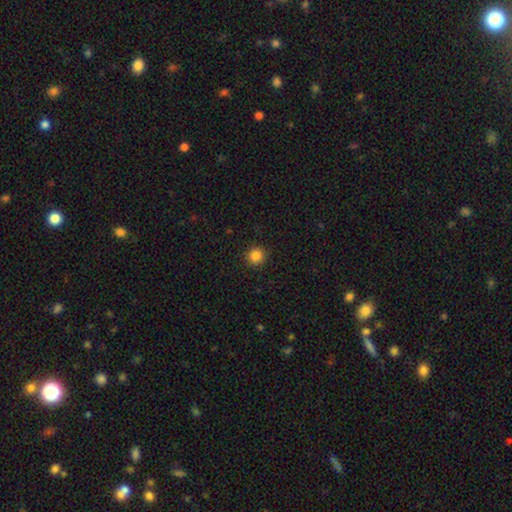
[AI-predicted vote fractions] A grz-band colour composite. It shows a smooth galaxy with no disk features (85%) that is round (94%). Merging: none (92%).